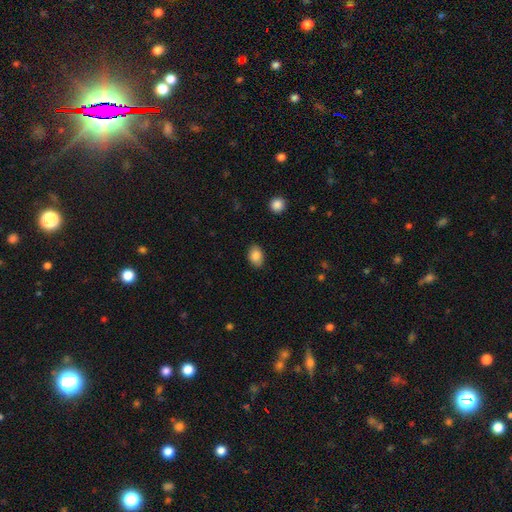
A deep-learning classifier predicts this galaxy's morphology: The model was most divided on "how rounded": in between: 81%, round: 18%, cigar-shaped: 1%. More confident: merging — none (87%); smooth or featured — smooth (86%).